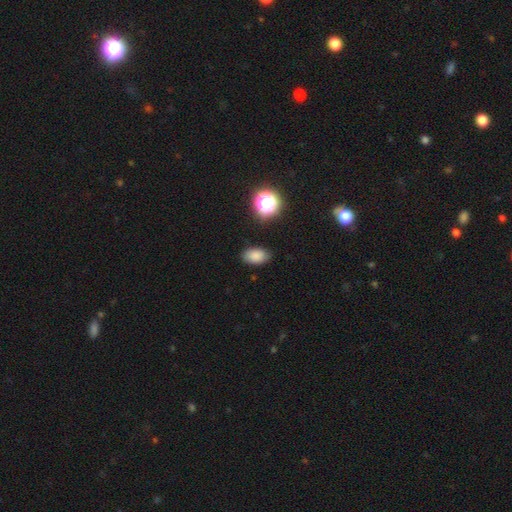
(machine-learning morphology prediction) This is clearly a smooth galaxy (83%). How rounded: clearly in between (89%). Merging: clearly none (85%).